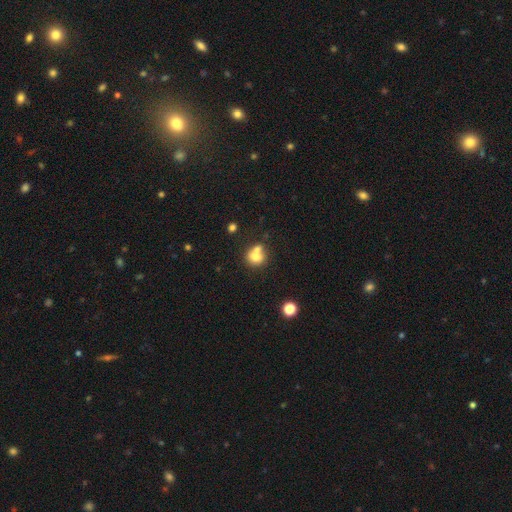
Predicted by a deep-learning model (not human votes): Smooth or featured? Predicted: smooth (p=0.72). How rounded? Predicted: round (p=0.76). Merging? Predicted: merger (p=0.47).